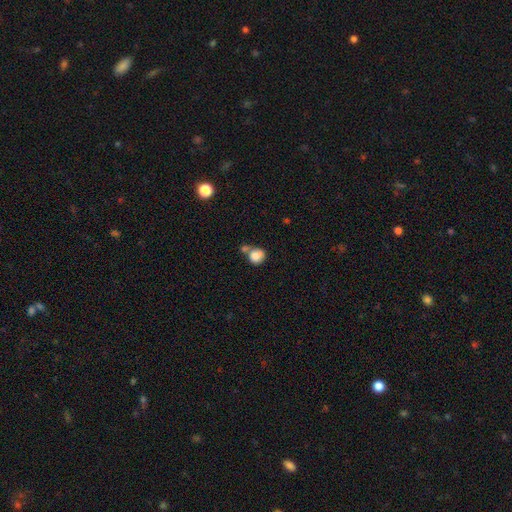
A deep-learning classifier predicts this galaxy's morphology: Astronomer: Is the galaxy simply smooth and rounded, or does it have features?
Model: smooth — 85%.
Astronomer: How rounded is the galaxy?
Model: round — 78%.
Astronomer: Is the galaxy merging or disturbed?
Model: none — 43% (runner-up: merger, 41%).